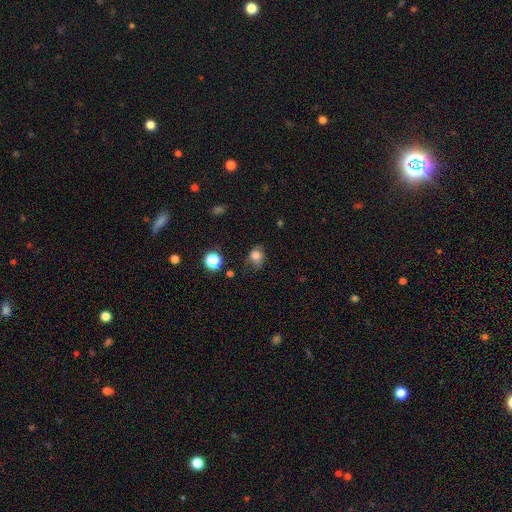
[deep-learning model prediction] A smooth galaxy with no disk features (78%) that is round (58%).

Vote fractions:
- Smooth or featured? smooth: 78% / star or artifact: 13% / featured or disk: 9%
- How rounded? round: 58% / in between: 41% / cigar-shaped: 1%
- Merging? none: 58% / minor disturbance: 28% / major disturbance: 11% / merger: 2%